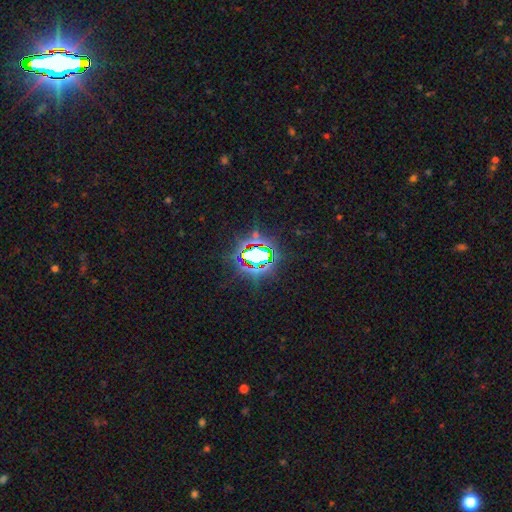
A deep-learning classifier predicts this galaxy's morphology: smooth_or_featured: star or artifact (p=0.73) [alt: smooth p=0.15]